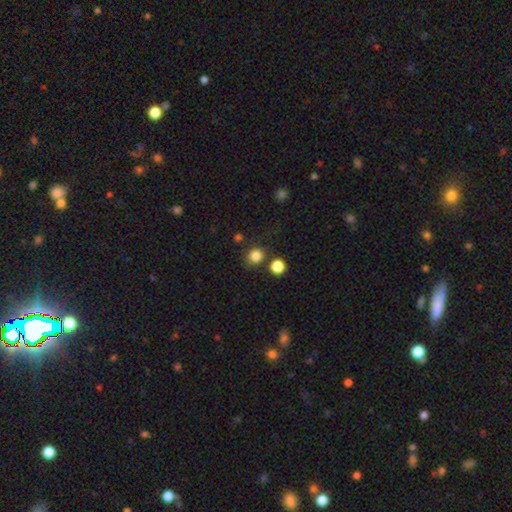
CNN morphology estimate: Q: Smooth or featured?
A: smooth (82%); runner-up: star or artifact (12%)
Q: How rounded?
A: round (84%); runner-up: in between (15%)
Q: Merging?
A: none (73%); runner-up: minor disturbance (12%)